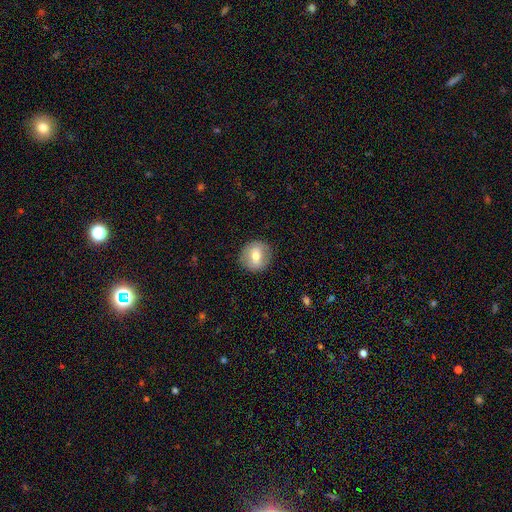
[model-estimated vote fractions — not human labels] The model was most divided on "smooth or featured": smooth: 65%, featured or disk: 28%, star or artifact: 8%. More confident: how rounded — round (89%); merging — none (87%).